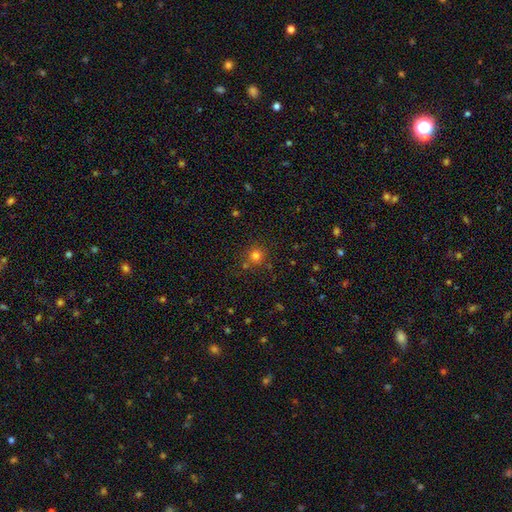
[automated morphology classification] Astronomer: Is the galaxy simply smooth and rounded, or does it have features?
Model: smooth — 76%.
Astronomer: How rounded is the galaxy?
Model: round — 91%.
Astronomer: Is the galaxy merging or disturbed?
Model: none — 77%.